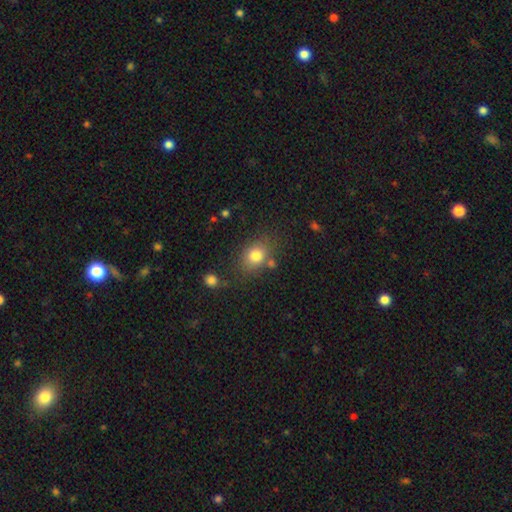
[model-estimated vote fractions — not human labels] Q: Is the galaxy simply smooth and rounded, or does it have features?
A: smooth — 79%.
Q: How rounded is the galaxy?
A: in between — 53%.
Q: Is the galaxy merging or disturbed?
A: none — 71%.